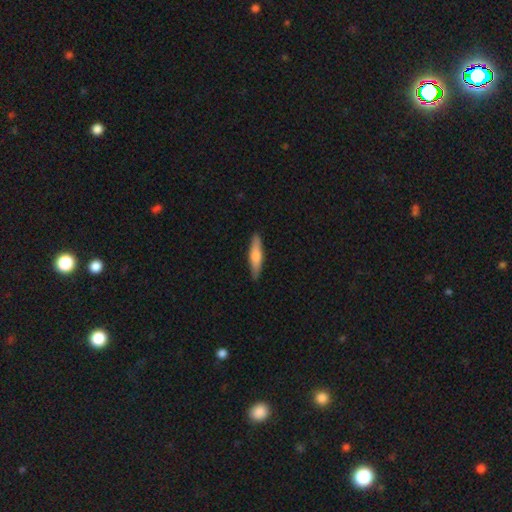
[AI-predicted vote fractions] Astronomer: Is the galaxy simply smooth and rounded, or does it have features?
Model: smooth — 62%.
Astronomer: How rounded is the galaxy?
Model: cigar-shaped — 78%.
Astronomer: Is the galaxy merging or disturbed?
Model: none — 89%.